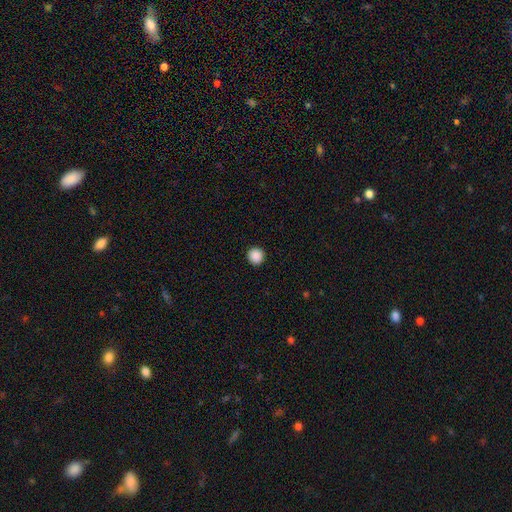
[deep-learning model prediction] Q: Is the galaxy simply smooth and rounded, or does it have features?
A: smooth — 89%.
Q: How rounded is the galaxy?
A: round — 95%.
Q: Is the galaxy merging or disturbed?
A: none — 93%.